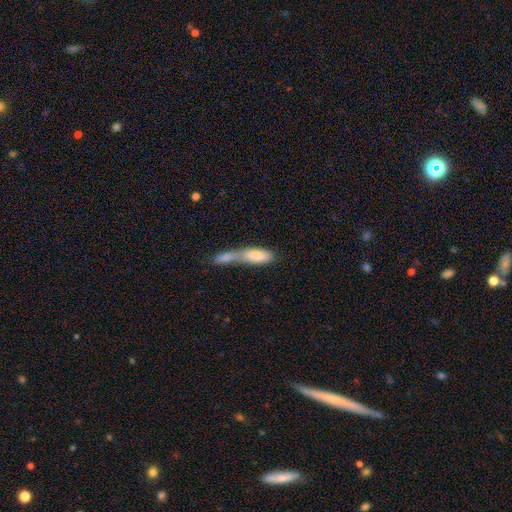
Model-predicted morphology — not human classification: Smooth or featured? smooth (78%)
How rounded? in between (58%)
Merging? merger (70%)